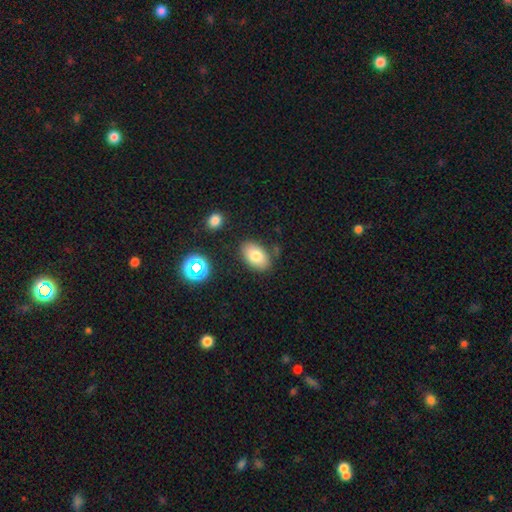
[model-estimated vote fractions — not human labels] Smooth or featured: smooth — 78% (featured or disk — 12%)
How rounded: in between — 90% (round — 8%)
Merging: none — 79% (minor disturbance — 13%)